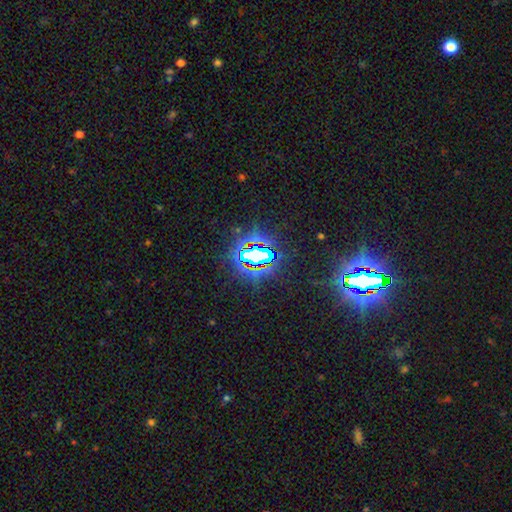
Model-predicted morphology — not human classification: Smooth or featured: star or artifact — 79% (smooth — 11%)